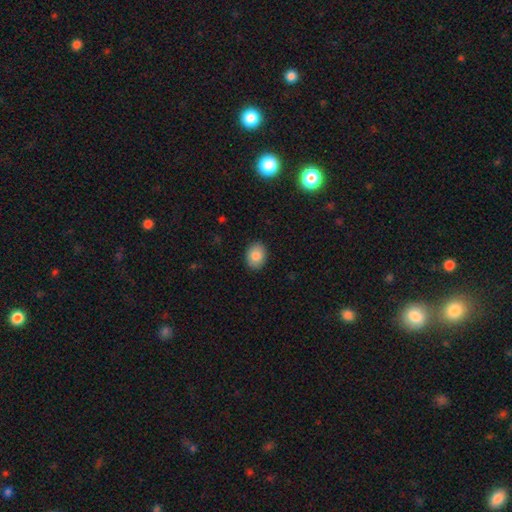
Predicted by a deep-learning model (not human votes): Smooth or featured?
  - smooth: 84% *
  - star or artifact: 8%
  - featured or disk: 8%
How rounded?
  - in between: 63% *
  - round: 36%
  - cigar-shaped: 1%
Merging?
  - none: 90% *
  - minor disturbance: 7%
  - major disturbance: 2%
  - merger: 1%